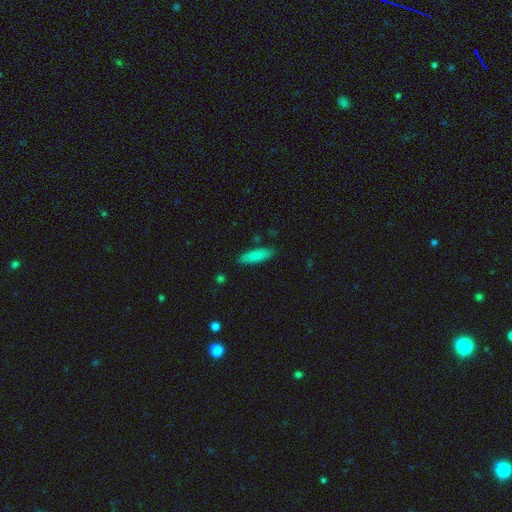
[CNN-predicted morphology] Q: Smooth or featured?
A: smooth (81%); runner-up: featured or disk (12%)
Q: How rounded?
A: cigar-shaped (55%); runner-up: in between (43%)
Q: Merging?
A: none (85%); runner-up: minor disturbance (11%)